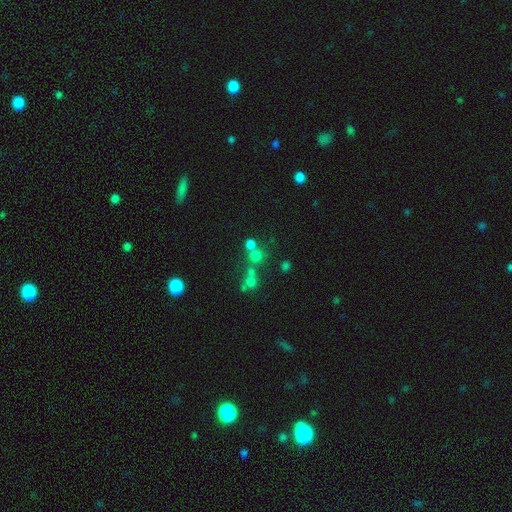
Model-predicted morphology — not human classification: type=smooth (57%); roundness=round (87%); merging=none (54%).